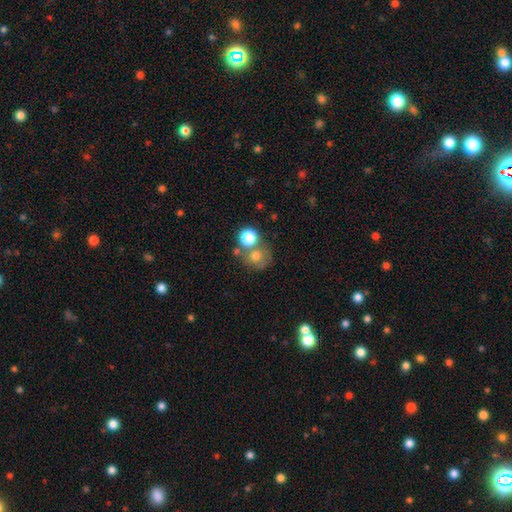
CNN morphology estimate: smooth_or_featured: smooth (p=0.69) [alt: featured or disk p=0.18]
how_rounded: round (p=0.80) [alt: in between p=0.19]
merging: none (p=0.41) [tied with: merger p=0.41]